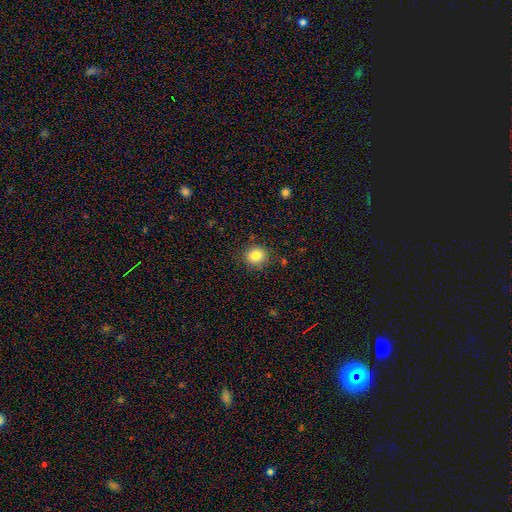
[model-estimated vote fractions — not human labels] A smooth galaxy with no disk features (83%) that is round (86%).

Vote fractions:
- Smooth or featured? smooth: 83% / star or artifact: 10% / featured or disk: 6%
- How rounded? round: 86% / in between: 13% / cigar-shaped: 1%
- Merging? none: 86% / minor disturbance: 9% / major disturbance: 3% / merger: 2%